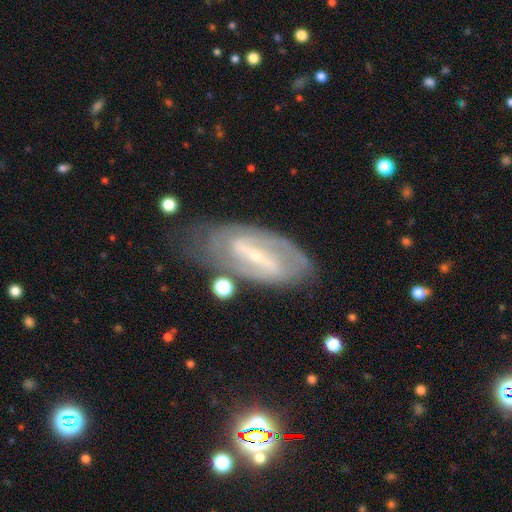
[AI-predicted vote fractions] smooth_or_featured: featured or disk (p=0.84) [alt: smooth p=0.10]
disk_edge_on: no (p=0.91) [alt: yes p=0.09]
bar: strong (p=0.67) [alt: weak p=0.24]
has_spiral_arms: yes (p=0.83) [alt: no p=0.17]
spiral_winding: tight (p=0.41) [alt: medium p=0.40]
spiral_arm_count: 2 (p=0.75) [alt: can't tell p=0.16]
bulge_size: small (p=0.80) [alt: moderate p=0.16]
merging: none (p=0.68) [alt: minor disturbance p=0.20]